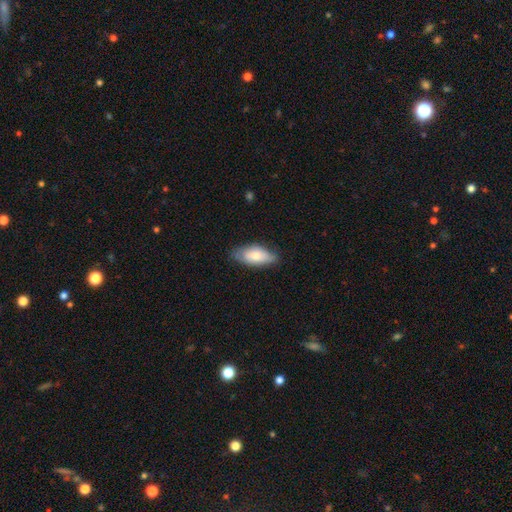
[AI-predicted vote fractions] Morphology: type=smooth (72%); roundness=in between (89%); merging=none (71%).